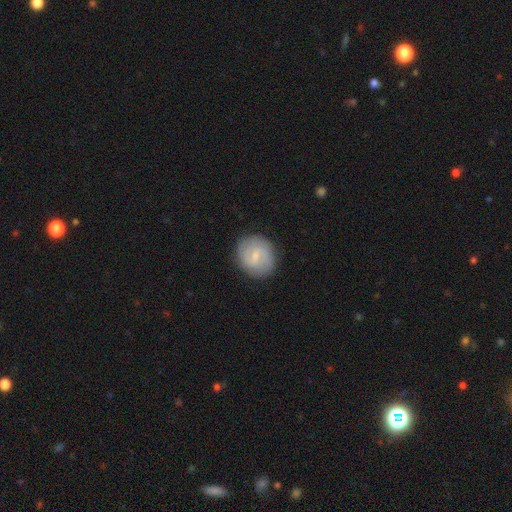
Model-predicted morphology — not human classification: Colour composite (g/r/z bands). It shows a featured or disk galaxy (58%) with a weak bar (66%), spiral arms (82%) and a small central bulge (59%). Merging: none (83%).